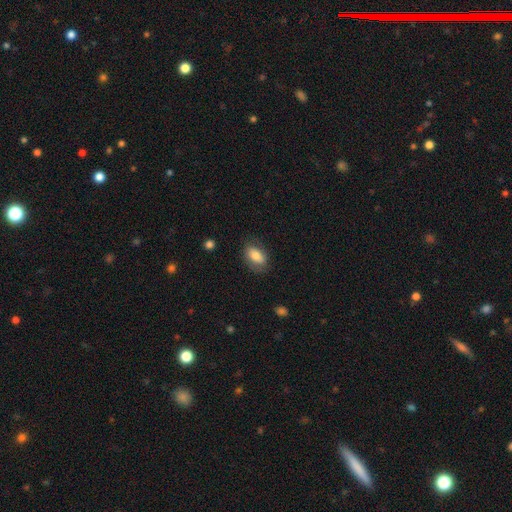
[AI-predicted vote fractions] This appears to be a smooth galaxy with no disk features (76%) that is in between round and cigar-shaped (89%). Merging: none (76%).